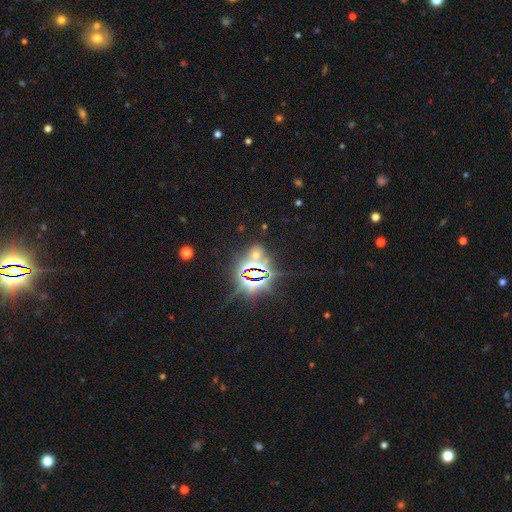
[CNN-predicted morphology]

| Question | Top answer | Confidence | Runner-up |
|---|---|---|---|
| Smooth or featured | star or artifact | 74% | smooth (17%) |